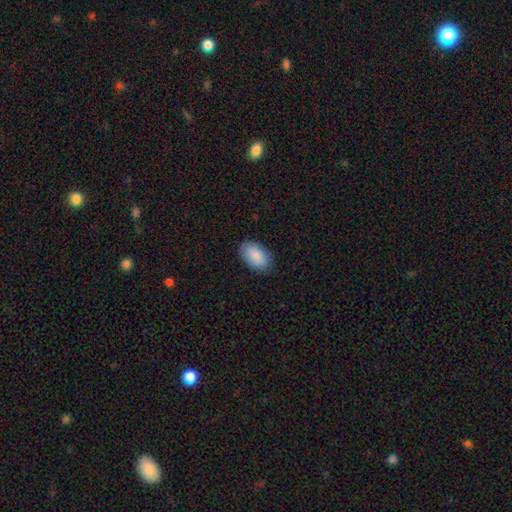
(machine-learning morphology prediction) The model was most divided on "merging": none: 85%, minor disturbance: 11%, major disturbance: 3%, merger: 1%. More confident: how rounded — in between (93%); smooth or featured — smooth (88%).